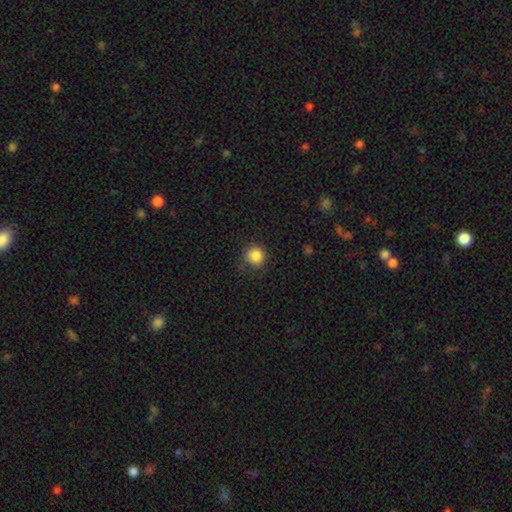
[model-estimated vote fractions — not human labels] Smooth or featured: smooth — 85% (star or artifact — 10%)
How rounded: round — 91% (in between — 8%)
Merging: none — 77% (minor disturbance — 16%)